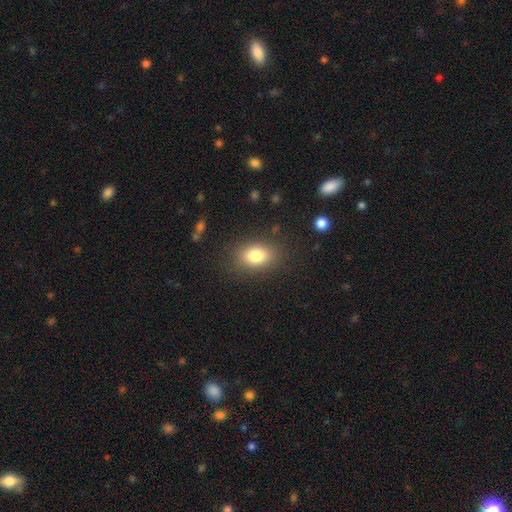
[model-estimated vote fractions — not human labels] A smooth galaxy with no disk features (81%) that is in between round and cigar-shaped (77%).

Vote fractions:
- Smooth or featured? smooth: 81% / star or artifact: 10% / featured or disk: 10%
- How rounded? in between: 77% / round: 22% / cigar-shaped: 1%
- Merging? none: 84% / minor disturbance: 11% / major disturbance: 4% / merger: 1%